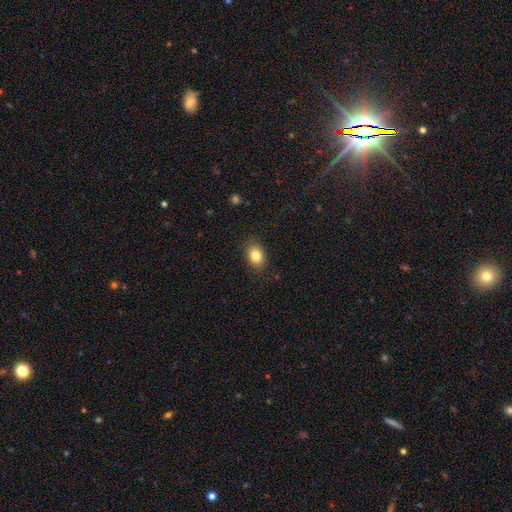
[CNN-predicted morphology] Q: Smooth or featured?
A: smooth (82%); runner-up: star or artifact (9%)
Q: How rounded?
A: in between (67%); runner-up: round (32%)
Q: Merging?
A: none (87%); runner-up: minor disturbance (10%)